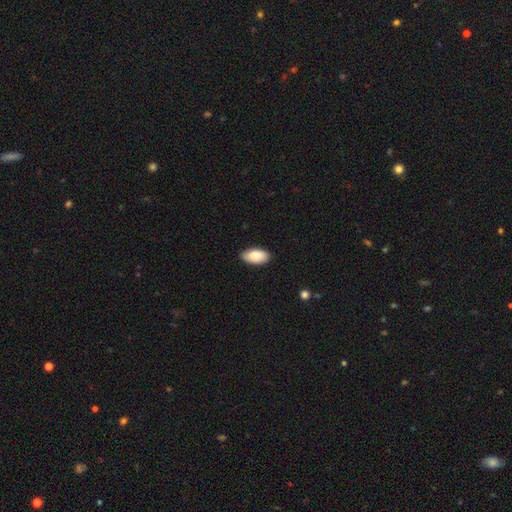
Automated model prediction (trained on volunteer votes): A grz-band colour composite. It shows a smooth galaxy with no disk features (87%) that is in between round and cigar-shaped (95%). Merging: none (86%).